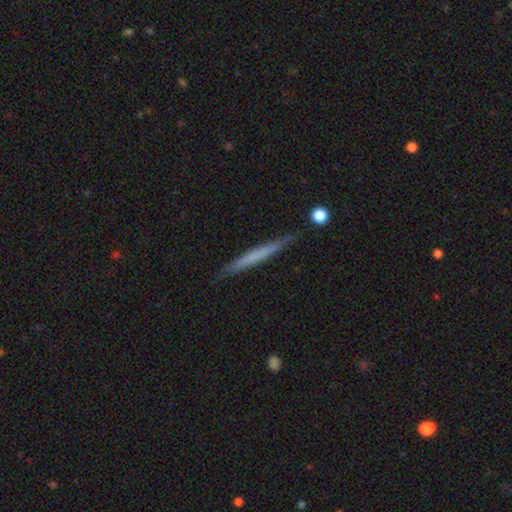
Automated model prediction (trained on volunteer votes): This is possibly a smooth galaxy (51%). How rounded: clearly cigar-shaped (96%). Merging: clearly none (88%).